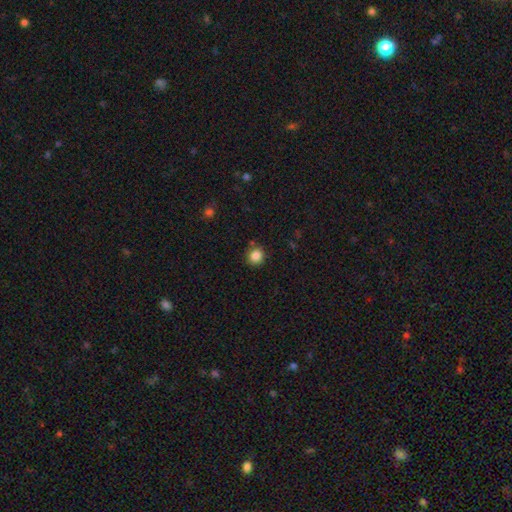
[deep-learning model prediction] smooth 85%, star or artifact 11%, featured or disk 5%. Down the decision tree: how rounded — round (91%); merging — none (85%).